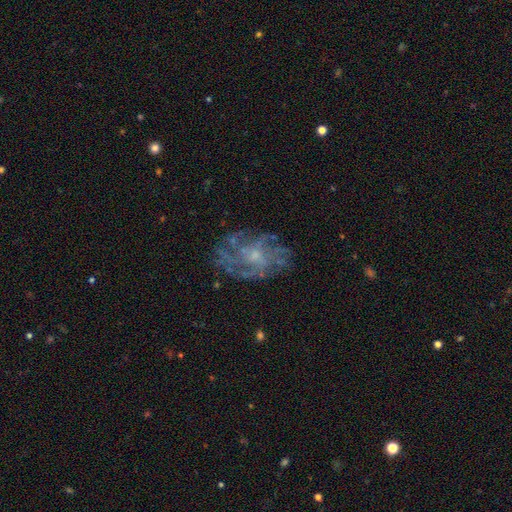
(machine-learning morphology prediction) This appears to be a featured or disk galaxy (69%) with no bar (62%), tight (45%) spiral arms (88%) and a small central bulge (57%). Merging: none (77%).